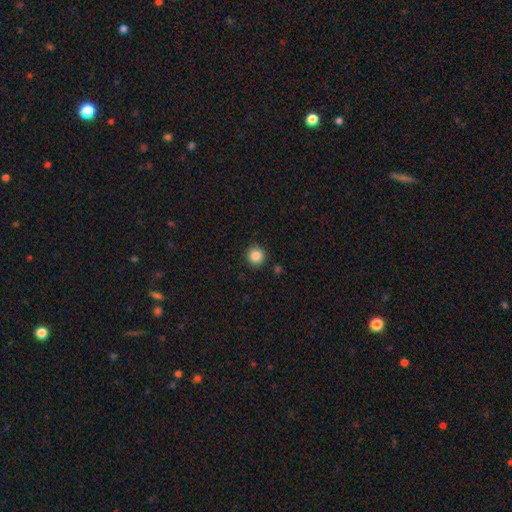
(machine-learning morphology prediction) This appears to be a smooth galaxy with no disk features (86%) that is round (92%). Merging: none (89%).